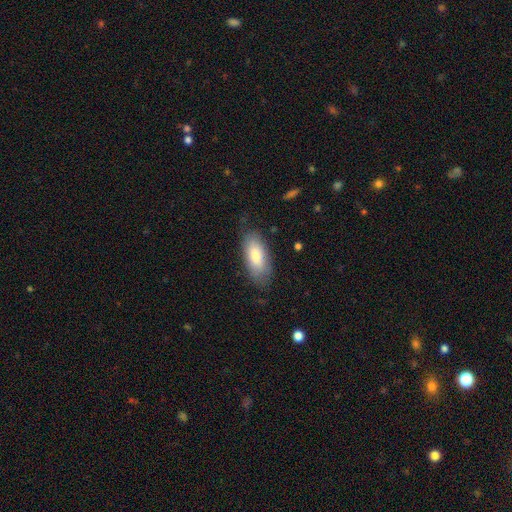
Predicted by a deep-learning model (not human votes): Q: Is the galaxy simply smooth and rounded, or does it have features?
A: smooth — 81%.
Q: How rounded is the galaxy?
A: in between — 87%.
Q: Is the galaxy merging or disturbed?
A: none — 73%.